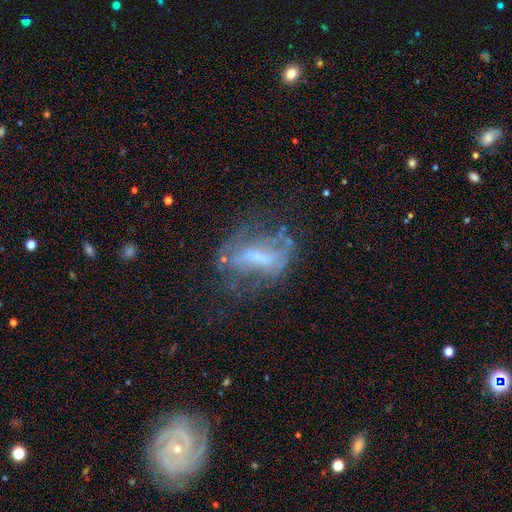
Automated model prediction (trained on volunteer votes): A featured or disk galaxy (63%) with a strong bar (40%), no spiral arms (54%) and no central bulge (36%).

Vote fractions:
- Smooth or featured? featured or disk: 63% / smooth: 21% / star or artifact: 16%
- Edge-on disk? no: 86% / yes: 14%
- Bar? strong: 40% / weak: 32% / no: 28%
- Spiral arms? no: 54% / yes: 46%
- Bulge size? none: 36% / small: 32% / moderate: 25% / large: 6% / dominant: 2%
- Merging? none: 46% / major disturbance: 27% / minor disturbance: 22% / merger: 5%